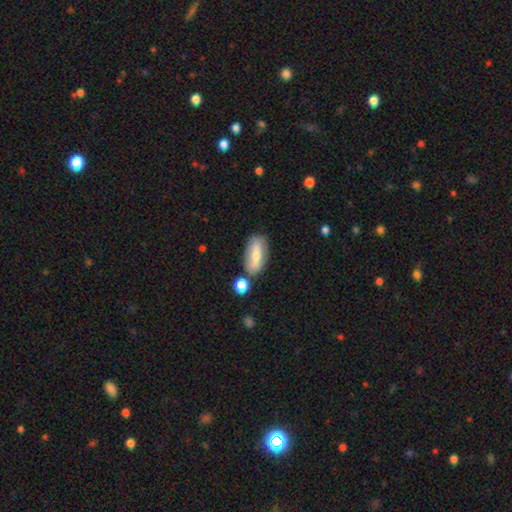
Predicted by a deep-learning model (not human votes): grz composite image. It shows a smooth galaxy with no disk features (56%) that is in between round and cigar-shaped (82%). Merging: none (69%).